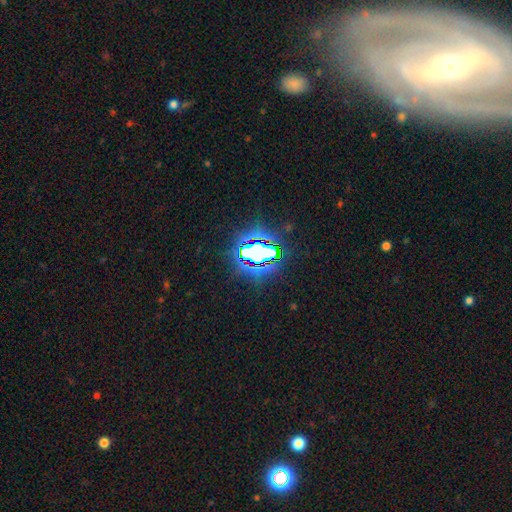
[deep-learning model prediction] Smooth or featured: star or artifact — 77% (smooth — 13%)